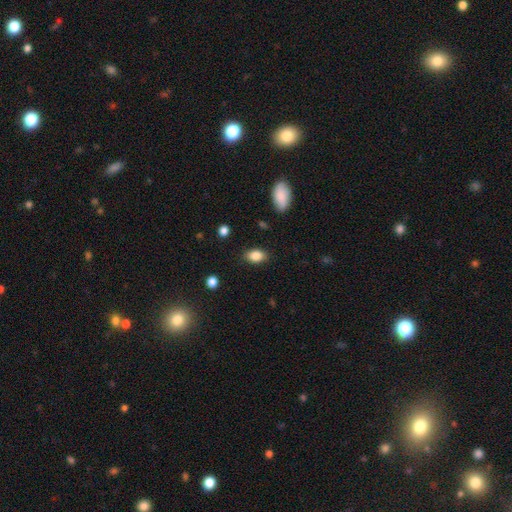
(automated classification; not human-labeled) smooth-or-featured: smooth: 85% | star or artifact: 8% | featured or disk: 7%
  how-rounded: in between: 85% | round: 13% | cigar-shaped: 2%
  merging: none: 84% | minor disturbance: 12% | major disturbance: 3% | merger: 1%